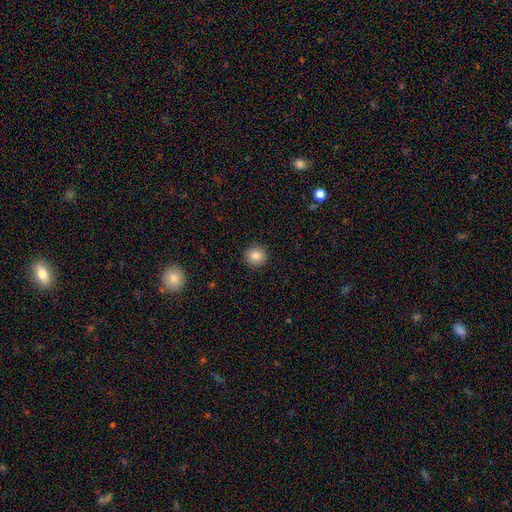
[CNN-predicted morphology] A smooth galaxy with no disk features (86%) that is round (93%). Merging: none (92%).